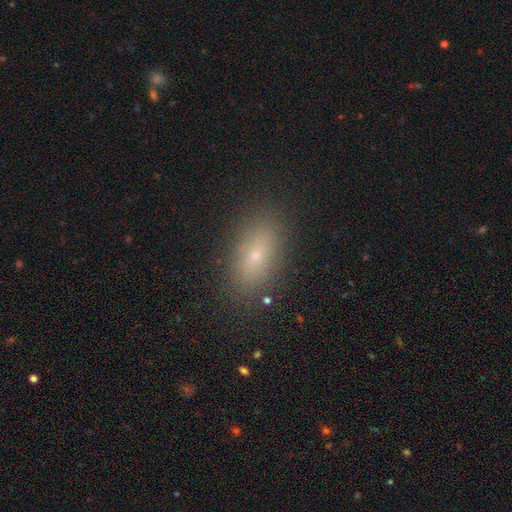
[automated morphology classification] smooth_or_featured: smooth (p=0.66) [alt: featured or disk p=0.20]
how_rounded: in between (p=0.79) [alt: cigar-shaped p=0.14]
merging: none (p=0.85) [alt: minor disturbance p=0.10]